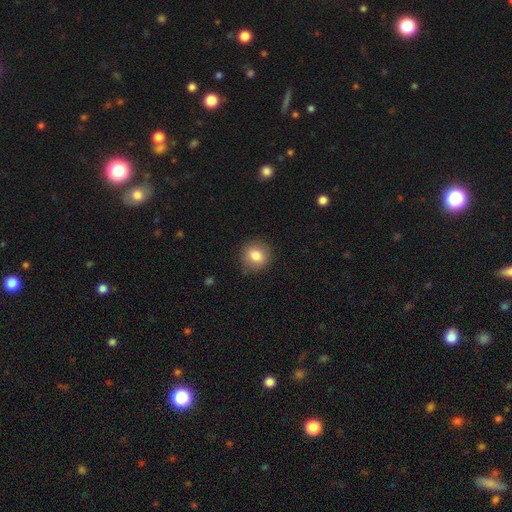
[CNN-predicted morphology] smooth_or_featured: smooth (p=0.80) [alt: featured or disk p=0.11]
how_rounded: round (p=0.83) [alt: in between p=0.16]
merging: none (p=0.87) [alt: minor disturbance p=0.10]